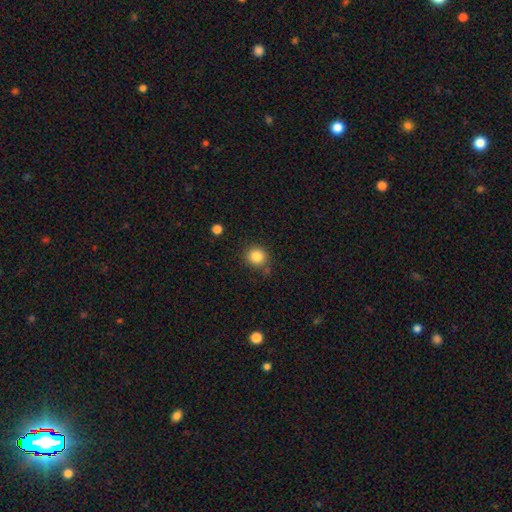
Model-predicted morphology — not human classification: Overall: smooth (85%). How rounded: round (89%). Merging: none (80%).